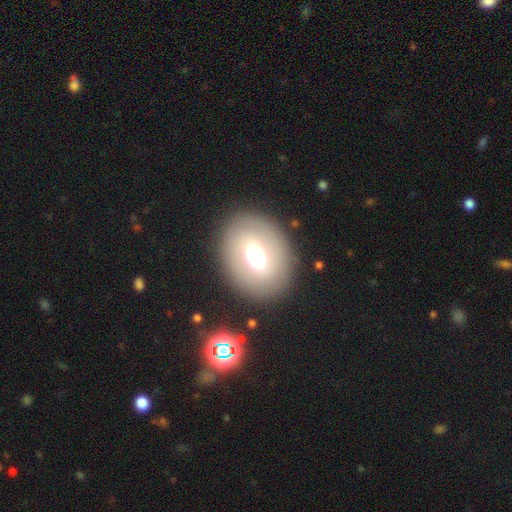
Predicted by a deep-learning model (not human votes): A smooth galaxy with no disk features (59%) that is in between round and cigar-shaped (54%).

Vote fractions:
- Smooth or featured? smooth: 59% / featured or disk: 29% / star or artifact: 12%
- How rounded? in between: 54% / round: 45% / cigar-shaped: 1%
- Merging? none: 83% / minor disturbance: 9% / major disturbance: 6% / merger: 2%